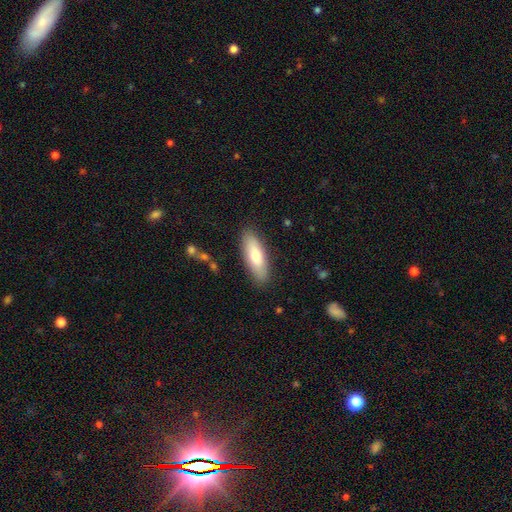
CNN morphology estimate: type=smooth (71%); roundness=in between (61%); merging=none (87%).